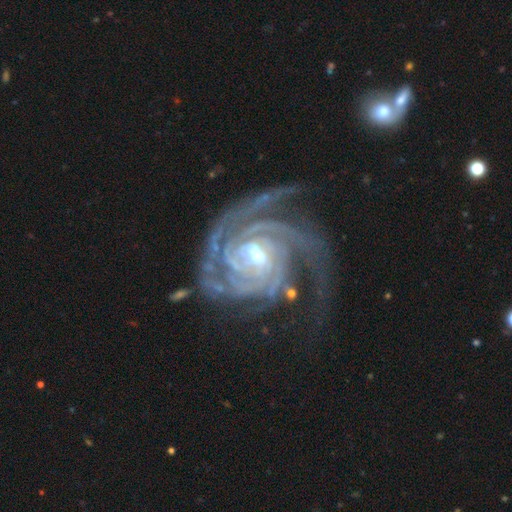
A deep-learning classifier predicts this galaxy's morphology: A featured or disk galaxy (93%) with a weak bar (47%), 3 (27%) tight (69%) spiral arms (99%) and a moderate central bulge (55%).

Vote fractions:
- Smooth or featured? featured or disk: 93% / star or artifact: 4% / smooth: 3%
- Edge-on disk? no: 98% / yes: 2%
- Bar? weak: 47% / no: 29% / strong: 25%
- Spiral arms? yes: 99% / no: 1%
- Spiral winding? tight: 69% / medium: 27% / loose: 5%
- Spiral arm count? 3: 27% / 4: 21% / 2: 20% / can't tell: 15% / more than 4: 9% / 1: 8%
- Bulge size? moderate: 55% / small: 35% / large: 7% / none: 2% / dominant: 1%
- Merging? none: 60% / major disturbance: 19% / minor disturbance: 19% / merger: 3%